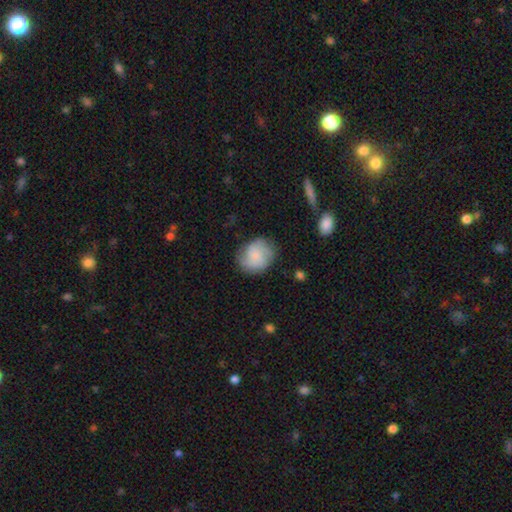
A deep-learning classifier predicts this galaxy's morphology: type=smooth (49%); merging=none (71%).